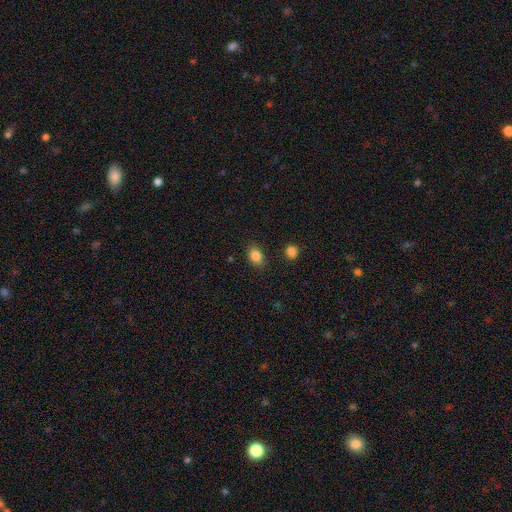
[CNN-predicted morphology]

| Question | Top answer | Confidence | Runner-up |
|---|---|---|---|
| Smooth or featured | smooth | 84% | star or artifact (10%) |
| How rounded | in between | 74% | round (24%) |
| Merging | none | 83% | minor disturbance (12%) |